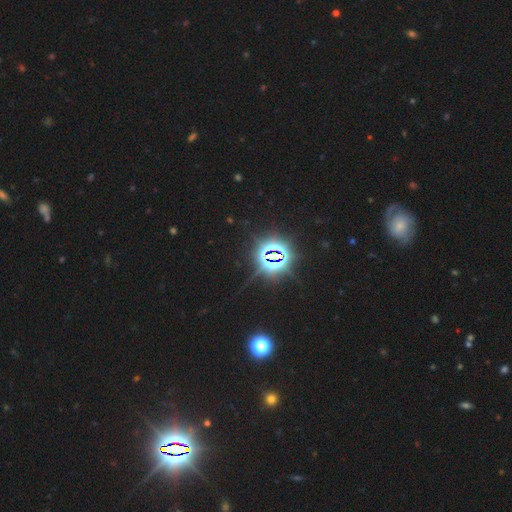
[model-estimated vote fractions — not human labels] Overall: star or artifact (82%).